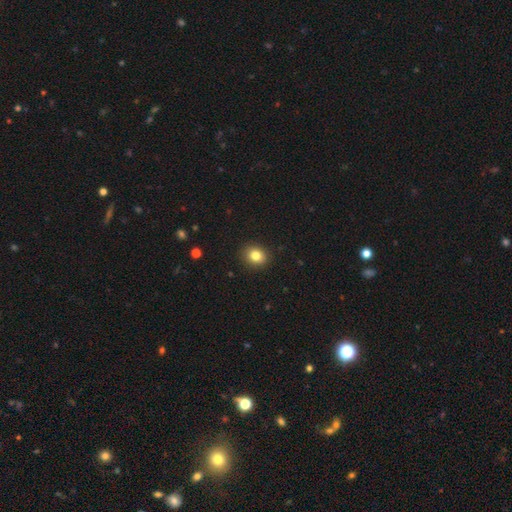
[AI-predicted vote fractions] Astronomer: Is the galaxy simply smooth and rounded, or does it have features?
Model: smooth — 82%.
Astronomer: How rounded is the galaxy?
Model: round — 68%.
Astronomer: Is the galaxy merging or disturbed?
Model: none — 91%.